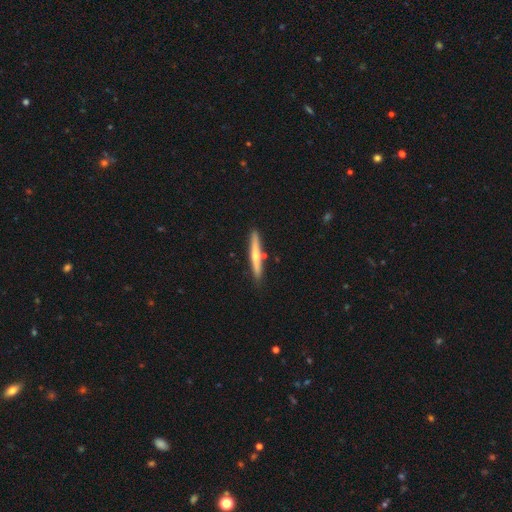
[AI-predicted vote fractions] smooth_or_featured: featured or disk (p=0.58) [alt: smooth p=0.36]
disk_edge_on: yes (p=0.96) [alt: no p=0.04]
edge_on_bulge: rounded (p=0.74) [alt: none p=0.22]
merging: none (p=0.87) [alt: minor disturbance p=0.09]